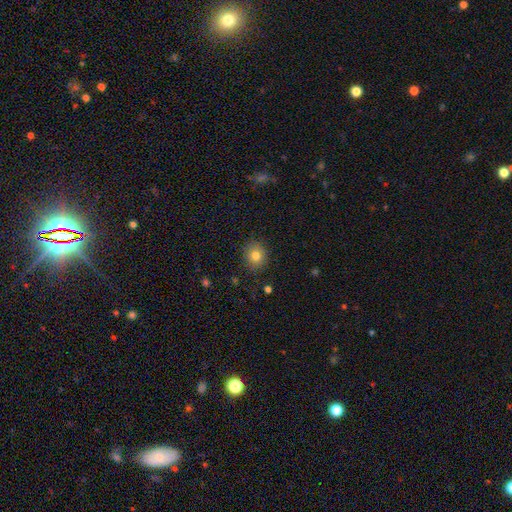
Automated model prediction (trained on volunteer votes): Smooth or featured?
  - smooth: 80% *
  - star or artifact: 11%
  - featured or disk: 9%
How rounded?
  - round: 78% *
  - in between: 21%
  - cigar-shaped: 1%
Merging?
  - none: 87% *
  - minor disturbance: 9%
  - major disturbance: 2%
  - merger: 1%